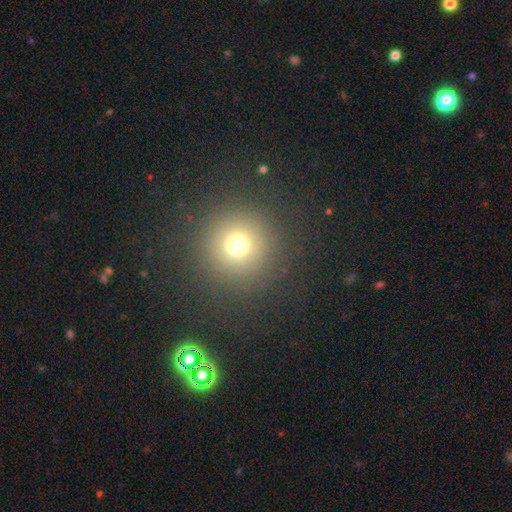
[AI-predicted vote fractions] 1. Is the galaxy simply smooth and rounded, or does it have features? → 64% smooth, 29% star or artifact, 7% featured or disk.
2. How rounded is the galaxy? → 96% round, 3% in between, 1% cigar-shaped.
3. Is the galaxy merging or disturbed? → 91% none, 5% minor disturbance, 3% major disturbance, 2% merger.